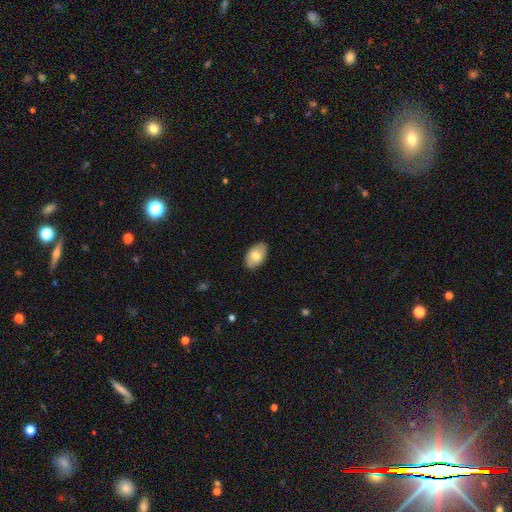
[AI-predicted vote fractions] Smooth or featured? Predicted: smooth (p=0.74). How rounded? Predicted: in between (p=0.93). Merging? Predicted: none (p=0.85).